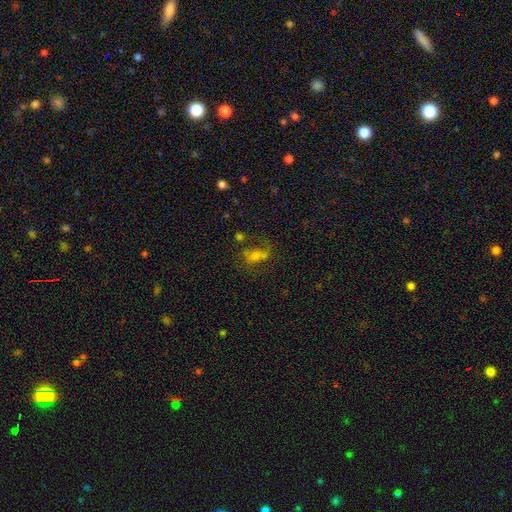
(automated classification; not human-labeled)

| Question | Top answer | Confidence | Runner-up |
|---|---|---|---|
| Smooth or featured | smooth | 42% | featured or disk (38%) |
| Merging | none | 45% | major disturbance (26%) |